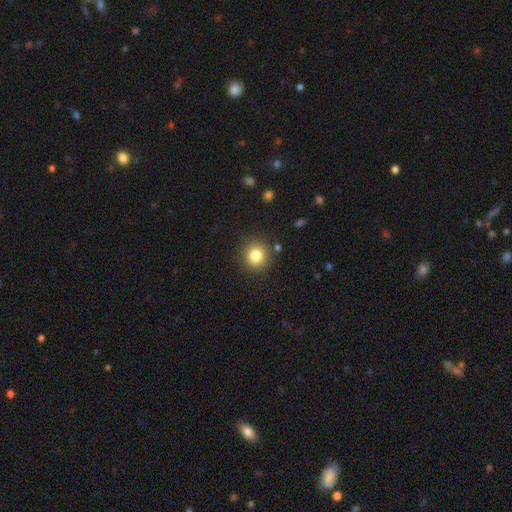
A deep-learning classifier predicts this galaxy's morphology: A smooth galaxy with no disk features (82%) that is round (88%).

Vote fractions:
- Smooth or featured? smooth: 82% / star or artifact: 11% / featured or disk: 7%
- How rounded? round: 88% / in between: 12% / cigar-shaped: 1%
- Merging? none: 87% / minor disturbance: 8% / major disturbance: 3% / merger: 2%